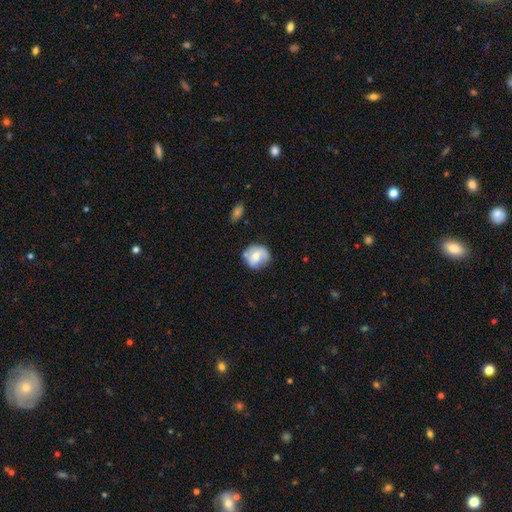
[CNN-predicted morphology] type=smooth (61%); roundness=round (81%); merging=none (67%).